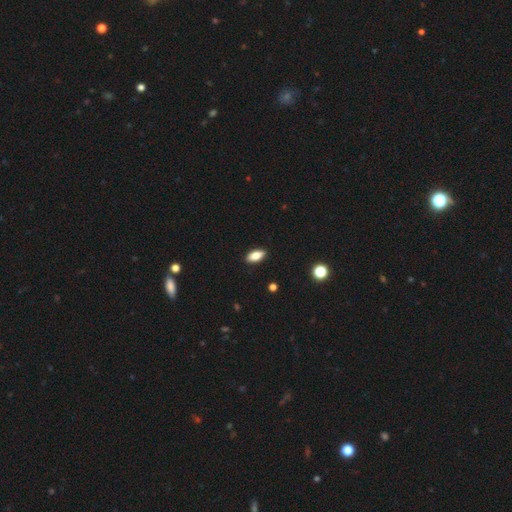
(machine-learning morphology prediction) A smooth galaxy with no disk features (80%) that is in between round and cigar-shaped (85%).

Vote fractions:
- Smooth or featured? smooth: 80% / featured or disk: 13% / star or artifact: 8%
- How rounded? in between: 85% / cigar-shaped: 12% / round: 3%
- Merging? none: 89% / minor disturbance: 8% / major disturbance: 2% / merger: 1%